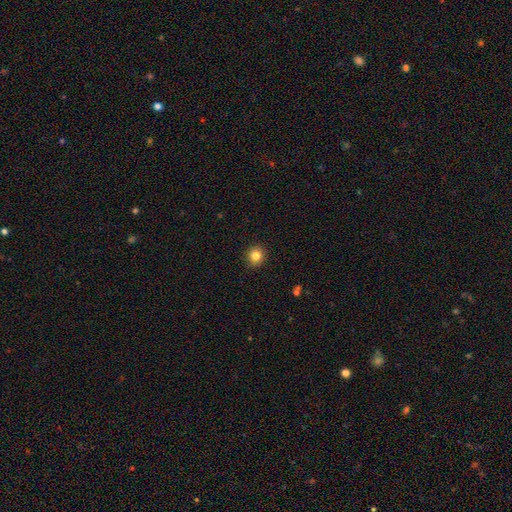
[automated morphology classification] Smooth or featured?
  - smooth: 84% *
  - star or artifact: 11%
  - featured or disk: 5%
How rounded?
  - round: 89% *
  - in between: 11%
  - cigar-shaped: 1%
Merging?
  - none: 91% *
  - minor disturbance: 6%
  - major disturbance: 2%
  - merger: 1%